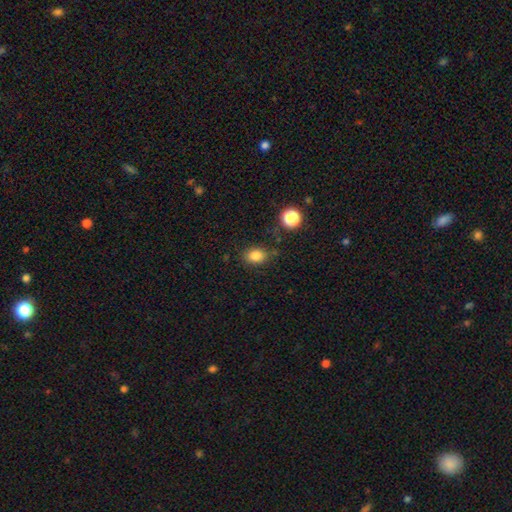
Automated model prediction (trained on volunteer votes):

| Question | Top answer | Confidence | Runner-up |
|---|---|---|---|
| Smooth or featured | smooth | 83% | star or artifact (12%) |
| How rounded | in between | 60% | round (39%) |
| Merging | none | 77% | minor disturbance (15%) |